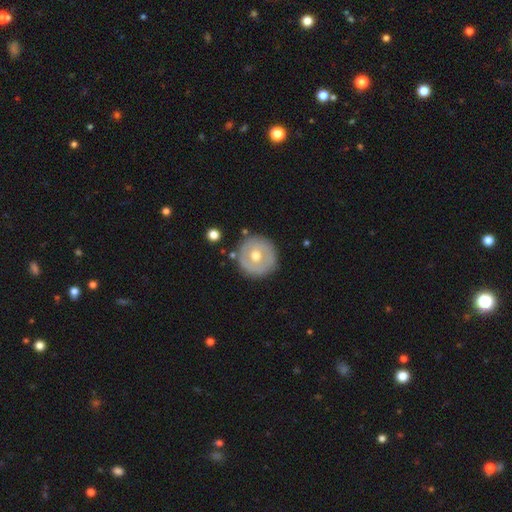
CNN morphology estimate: smooth 48%, featured or disk 46%, star or artifact 6%. Down the decision tree: merging — none (85%).